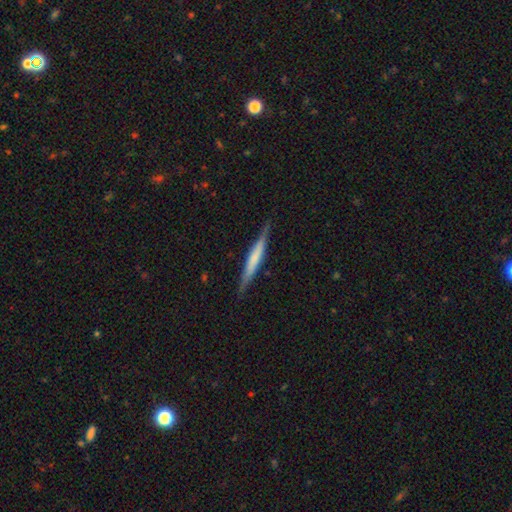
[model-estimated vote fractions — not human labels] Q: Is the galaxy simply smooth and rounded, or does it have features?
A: featured or disk — 51%.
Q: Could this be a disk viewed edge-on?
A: yes — 97%.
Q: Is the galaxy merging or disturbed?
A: none — 87%.